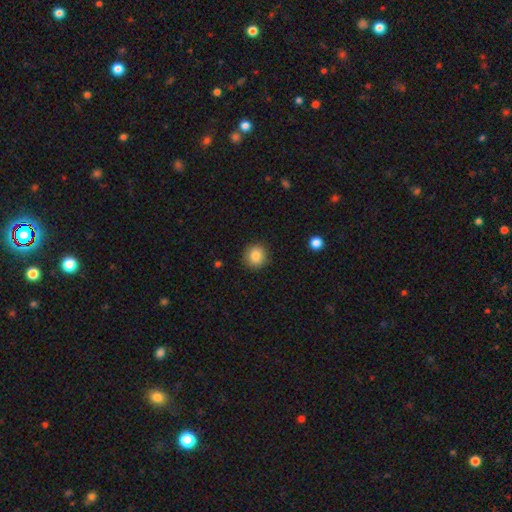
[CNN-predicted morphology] A smooth galaxy with no disk features (85%) that is round (88%). Merging: none (89%).